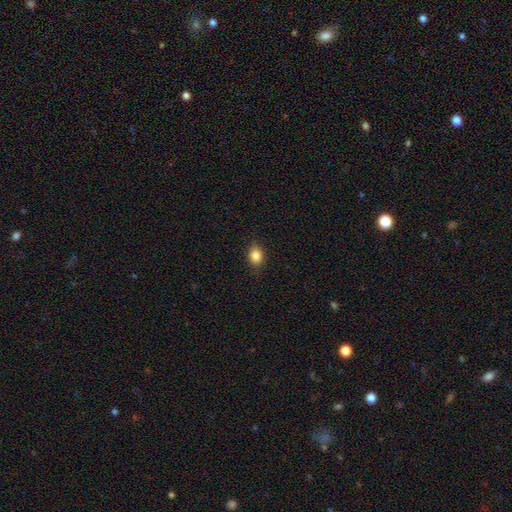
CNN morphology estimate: type=smooth (86%); roundness=in between (65%); merging=none (86%).